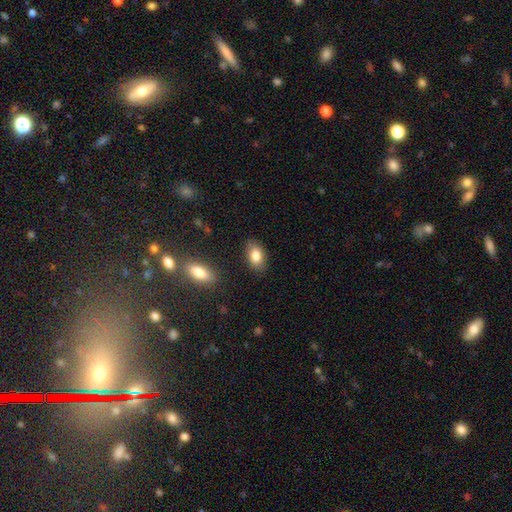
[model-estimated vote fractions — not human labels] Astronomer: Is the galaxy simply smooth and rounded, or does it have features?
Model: smooth — 83%.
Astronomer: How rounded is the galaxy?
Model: in between — 89%.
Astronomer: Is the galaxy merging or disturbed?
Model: none — 85%.